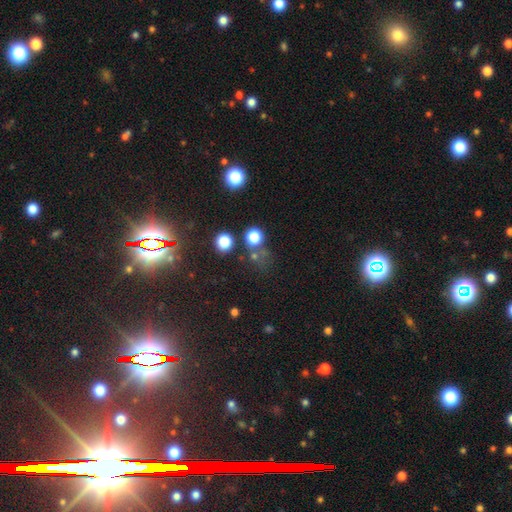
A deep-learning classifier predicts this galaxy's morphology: A star or artifact, not a galaxy (52%).